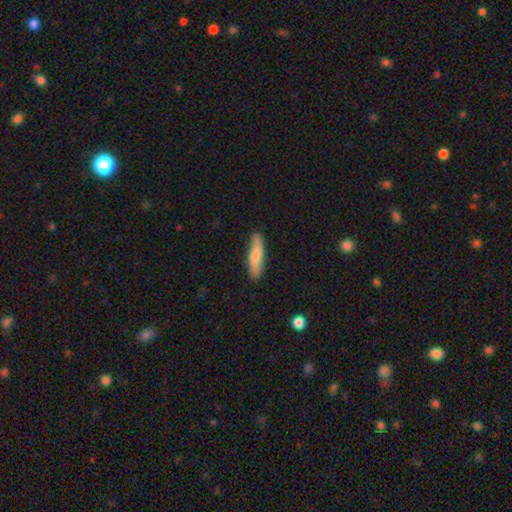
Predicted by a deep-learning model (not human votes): Smooth or featured? Predicted: smooth (p=0.74). How rounded? Predicted: cigar-shaped (p=0.77). Merging? Predicted: none (p=0.86).